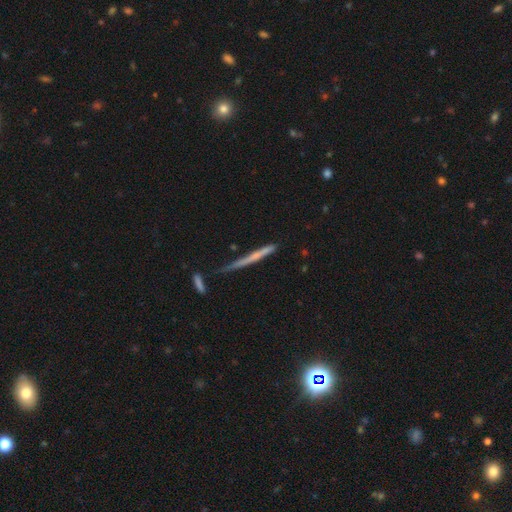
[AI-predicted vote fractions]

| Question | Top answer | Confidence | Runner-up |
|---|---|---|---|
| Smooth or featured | smooth | 48% | featured or disk (44%) |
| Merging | none | 64% | minor disturbance (22%) |